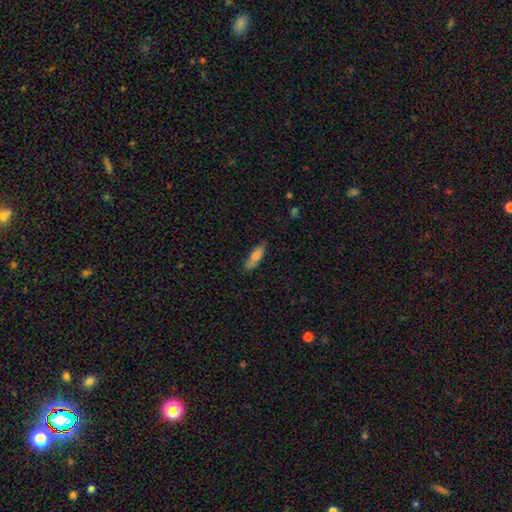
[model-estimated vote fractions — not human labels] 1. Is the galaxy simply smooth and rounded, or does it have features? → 71% smooth, 22% featured or disk, 6% star or artifact.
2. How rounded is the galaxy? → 56% cigar-shaped, 42% in between, 2% round.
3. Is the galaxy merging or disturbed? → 82% none, 15% minor disturbance, 2% major disturbance, 1% merger.